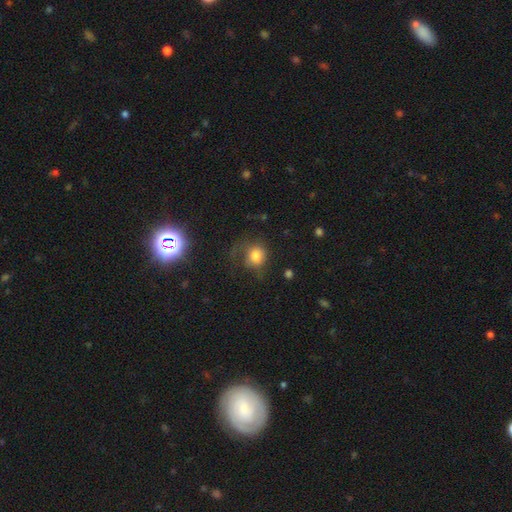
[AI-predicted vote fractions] This appears to be a smooth galaxy with no disk features (76%) that is round (78%). Merging: none (47%).